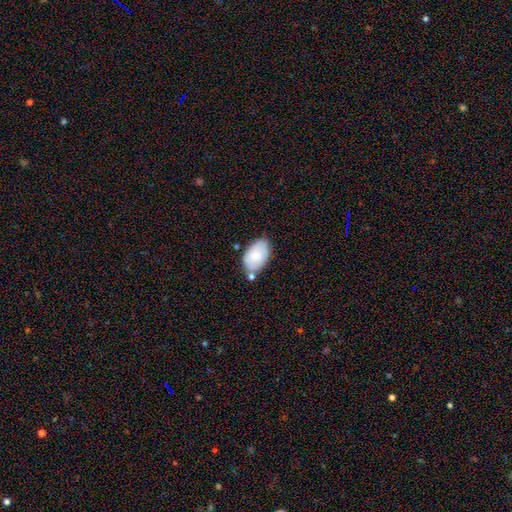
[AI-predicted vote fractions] This appears to be a smooth galaxy with no disk features (77%) that is in between round and cigar-shaped (93%). Merging: none (60%).